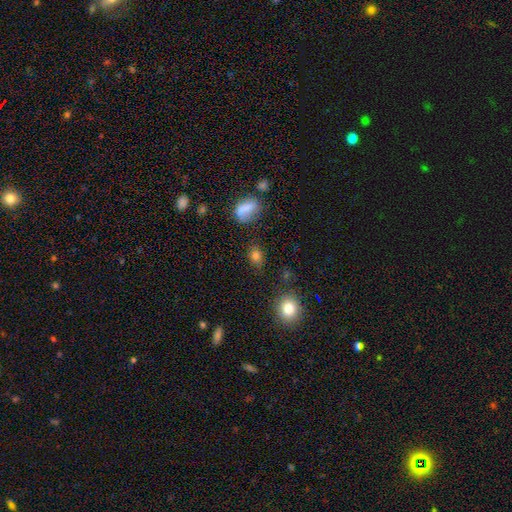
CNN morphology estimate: Smooth or featured: smooth — 78% (star or artifact — 14%)
How rounded: in between — 61% (round — 36%)
Merging: none — 77% (minor disturbance — 14%)